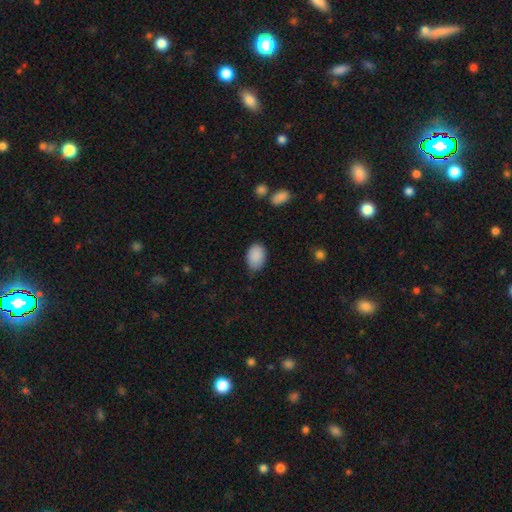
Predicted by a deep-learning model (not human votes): Morphology: type=smooth (89%); roundness=in between (85%); merging=none (71%).